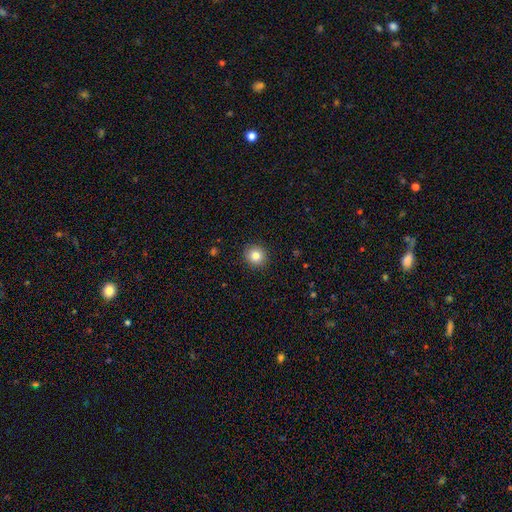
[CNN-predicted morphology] Smooth or featured? Predicted: smooth (p=0.82). How rounded? Predicted: round (p=0.91). Merging? Predicted: none (p=0.92).